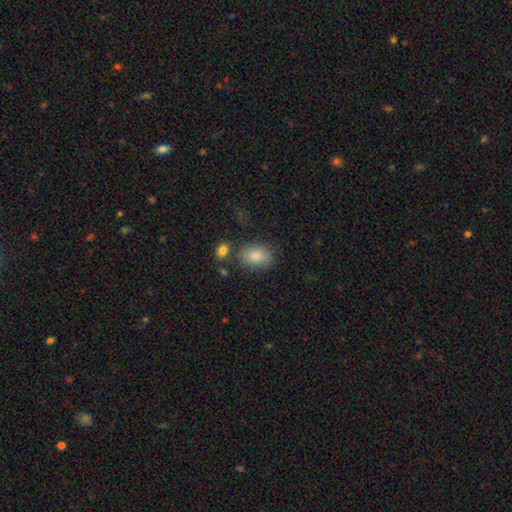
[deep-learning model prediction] Morphology: type=smooth (86%); roundness=in between (82%); merging=none (75%).